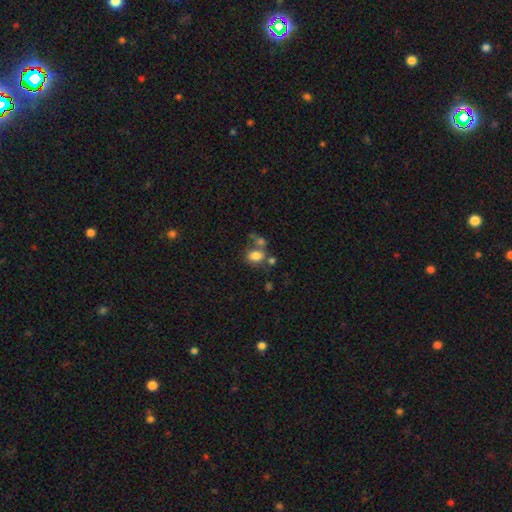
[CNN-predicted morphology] Q: Smooth or featured?
A: smooth (78%); runner-up: star or artifact (11%)
Q: How rounded?
A: in between (68%); runner-up: round (31%)
Q: Merging?
A: none (44%); runner-up: merger (33%)